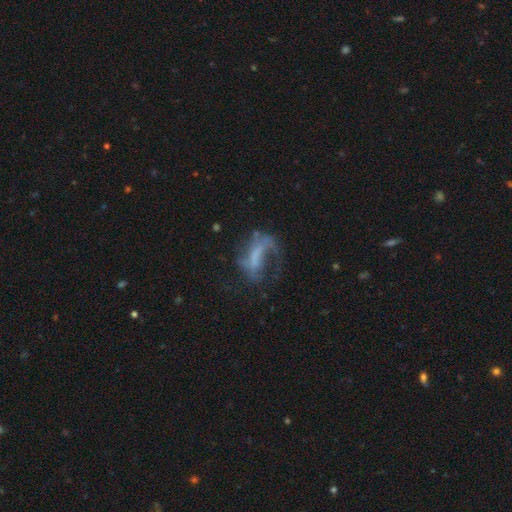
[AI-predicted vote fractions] This is likely a featured or disk galaxy (62%). It is clearly not viewed edge-on (94%). Bar: marginally no (44%). Spiral arm pattern: possibly yes (58%). Central bulge: likely none (60%). Merging: marginally major disturbance (43%).